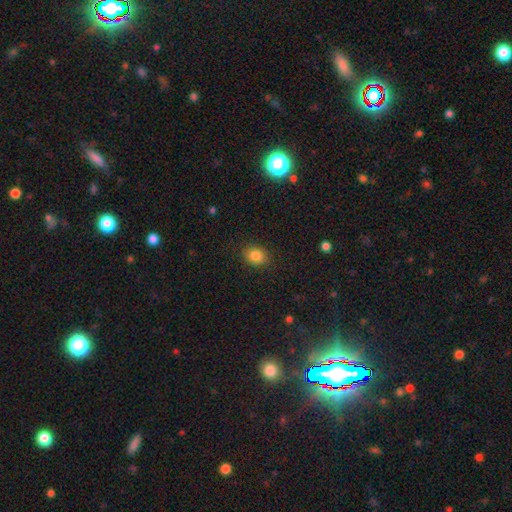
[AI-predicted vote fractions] Smooth or featured?
  - smooth: 84% *
  - star or artifact: 10%
  - featured or disk: 5%
How rounded?
  - round: 51% *
  - in between: 48%
  - cigar-shaped: 1%
Merging?
  - none: 88% *
  - minor disturbance: 8%
  - major disturbance: 2%
  - merger: 1%